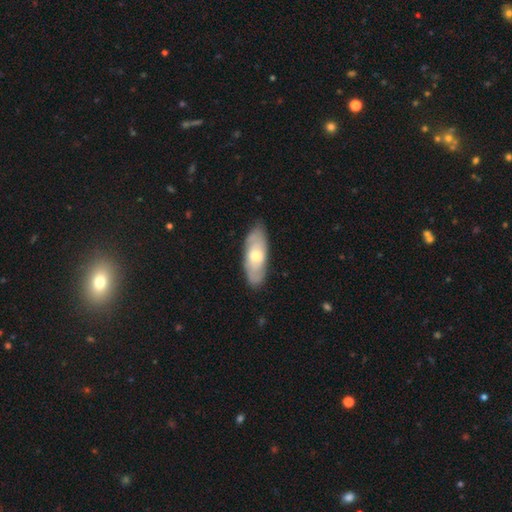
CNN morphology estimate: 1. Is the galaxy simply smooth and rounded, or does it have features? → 50% featured or disk, 45% smooth, 5% star or artifact.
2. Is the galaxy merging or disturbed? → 82% none, 14% minor disturbance, 3% major disturbance, 1% merger.